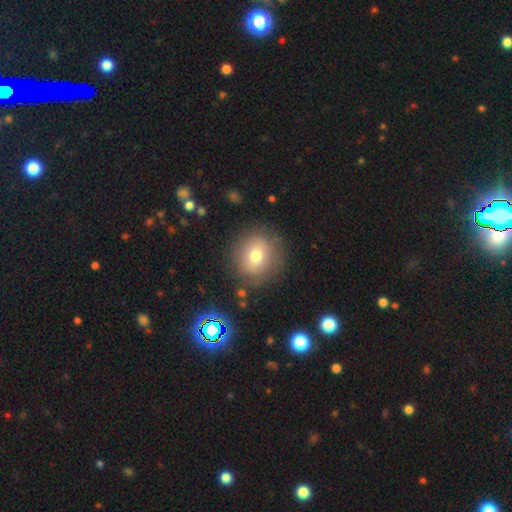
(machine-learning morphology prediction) Smooth or featured?
  - smooth: 71% *
  - featured or disk: 16%
  - star or artifact: 13%
How rounded?
  - round: 84% *
  - in between: 15%
  - cigar-shaped: 1%
Merging?
  - none: 82% *
  - minor disturbance: 12%
  - major disturbance: 4%
  - merger: 2%